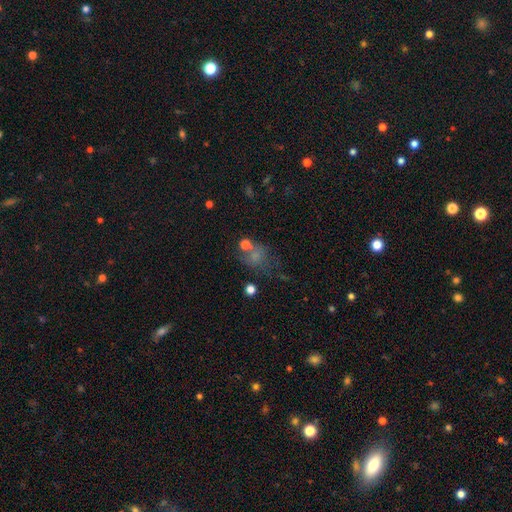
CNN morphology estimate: smooth_or_featured: smooth (p=0.61) [alt: star or artifact p=0.20]
how_rounded: round (p=0.57) [alt: in between p=0.42]
merging: none (p=0.39) [alt: major disturbance p=0.23]